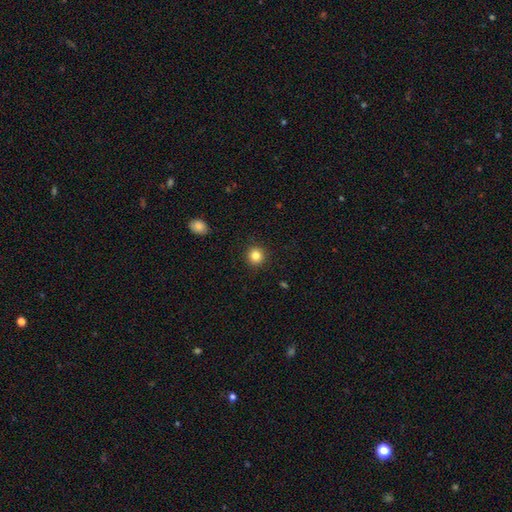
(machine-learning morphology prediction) type=smooth (84%); roundness=round (93%); merging=none (92%).